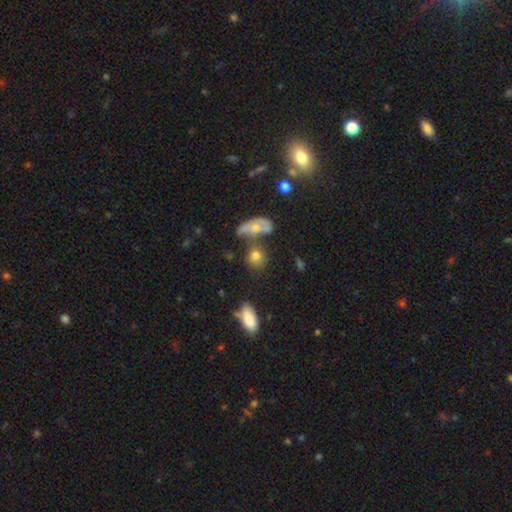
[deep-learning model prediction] Overall: smooth (74%). How rounded: round (67%; in between 31%). Merging: none (49%; merger 26%).